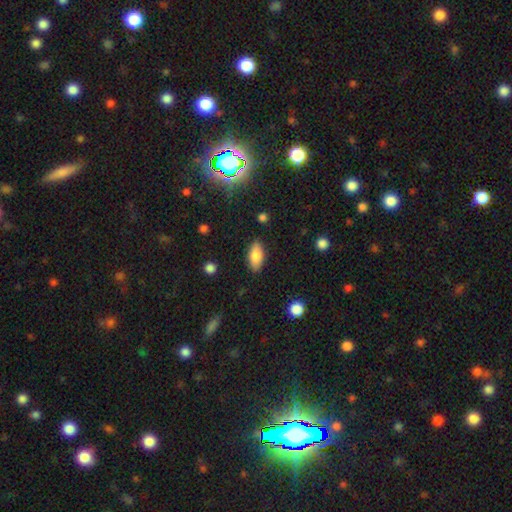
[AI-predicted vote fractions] smooth-or-featured: smooth: 83% | featured or disk: 10% | star or artifact: 7%
  how-rounded: in between: 89% | cigar-shaped: 9% | round: 3%
  merging: none: 86% | minor disturbance: 10% | major disturbance: 2% | merger: 1%